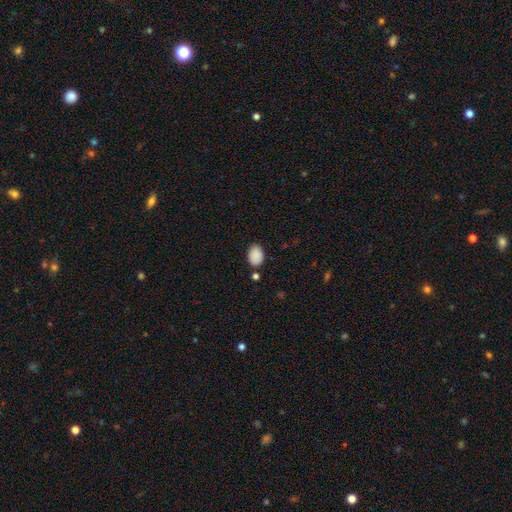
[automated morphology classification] smooth-or-featured: smooth: 89% | star or artifact: 7% | featured or disk: 4%
  how-rounded: in between: 83% | round: 16% | cigar-shaped: 1%
  merging: none: 79% | minor disturbance: 13% | merger: 5% | major disturbance: 3%